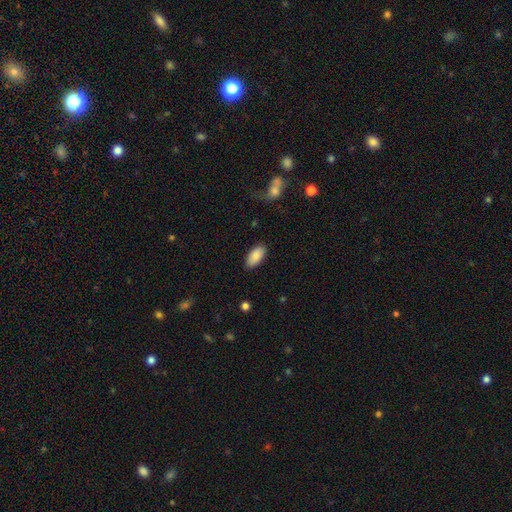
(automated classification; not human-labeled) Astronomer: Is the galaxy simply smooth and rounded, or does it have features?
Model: smooth — 87%.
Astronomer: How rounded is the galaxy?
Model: in between — 92%.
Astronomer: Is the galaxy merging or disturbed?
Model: none — 86%.